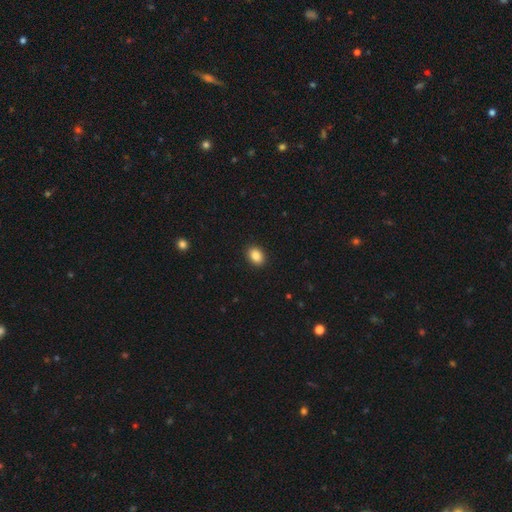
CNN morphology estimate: Smooth or featured? smooth (87%)
How rounded? in between (75%)
Merging? none (91%)